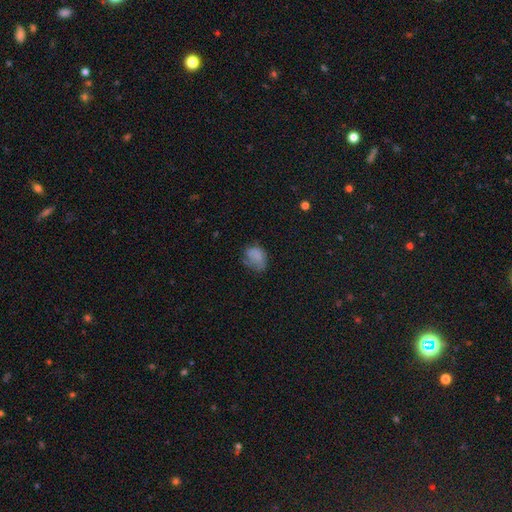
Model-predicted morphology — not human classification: This is likely a smooth galaxy (72%). How rounded: likely in between (63%). Merging: possibly none (48%).